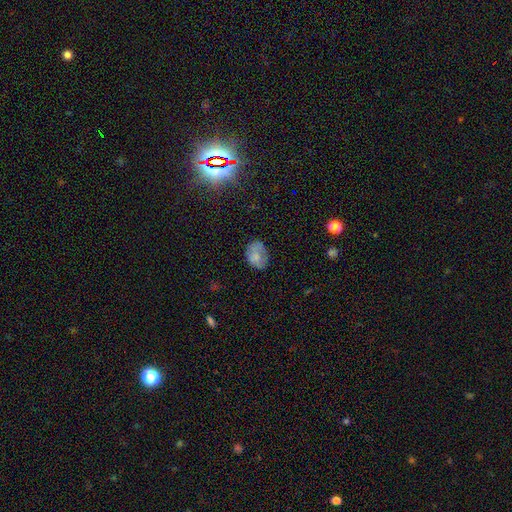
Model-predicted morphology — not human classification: A smooth galaxy with no disk features (76%) that is in between round and cigar-shaped (69%). Merging: none (60%).